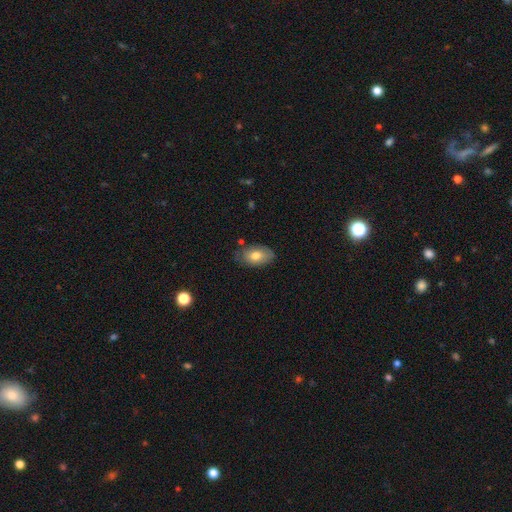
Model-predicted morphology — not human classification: The model was most divided on "smooth or featured": smooth: 68%, featured or disk: 25%, star or artifact: 7%. More confident: how rounded — in between (91%); merging — none (71%).